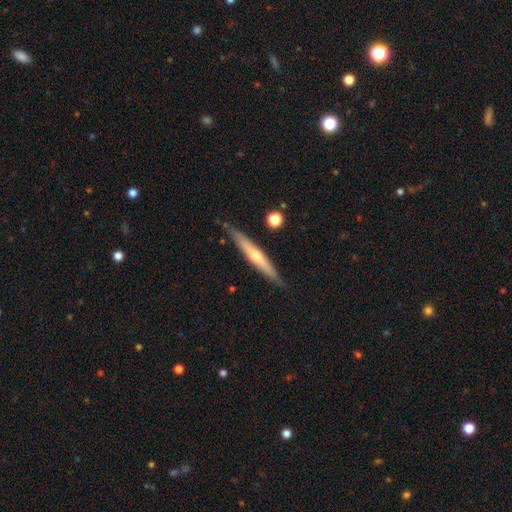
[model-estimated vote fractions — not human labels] The model was most divided on "smooth or featured": featured or disk: 59%, smooth: 35%, star or artifact: 6%. More confident: edge-on disk — yes (94%); merging — none (86%); edge-on bulge — rounded (72%).